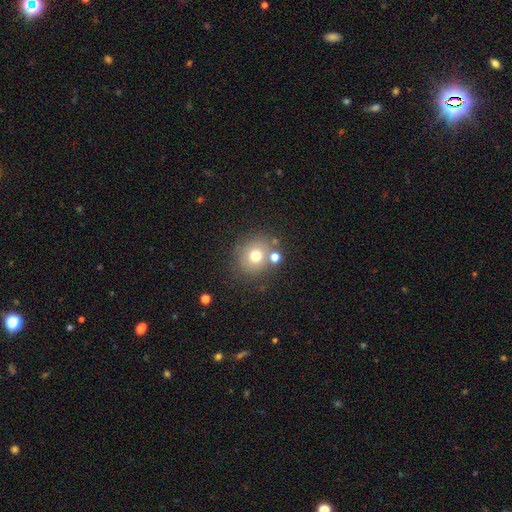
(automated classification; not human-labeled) Smooth or featured?
  - smooth: 69% *
  - featured or disk: 16%
  - star or artifact: 15%
How rounded?
  - round: 85% *
  - in between: 14%
  - cigar-shaped: 1%
Merging?
  - none: 71% *
  - merger: 13%
  - minor disturbance: 11%
  - major disturbance: 5%